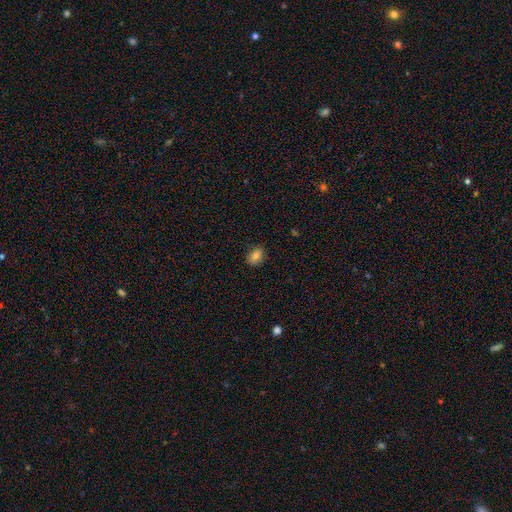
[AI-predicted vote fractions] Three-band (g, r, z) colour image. It shows a smooth galaxy with no disk features (80%) that is in between round and cigar-shaped (69%). Merging: none (83%).